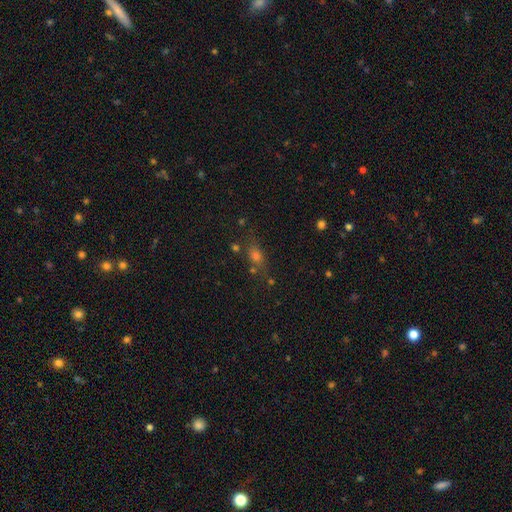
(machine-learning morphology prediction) Smooth or featured? Predicted: smooth (p=0.56). How rounded? Predicted: in between (p=0.49). Merging? Predicted: none (p=0.69).